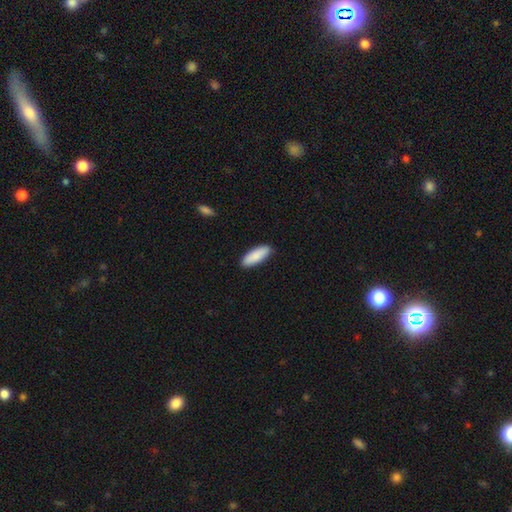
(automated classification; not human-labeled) Smooth or featured?
  - smooth: 89% *
  - featured or disk: 6%
  - star or artifact: 5%
How rounded?
  - in between: 62% *
  - cigar-shaped: 36%
  - round: 2%
Merging?
  - none: 89% *
  - minor disturbance: 8%
  - major disturbance: 1%
  - merger: 1%